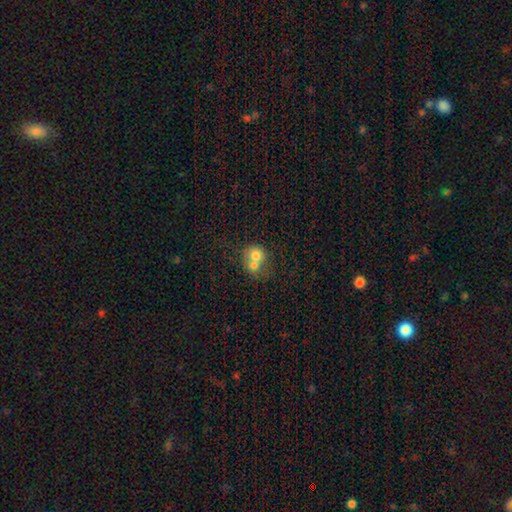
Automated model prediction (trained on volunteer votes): smooth_or_featured: smooth (p=0.70) [alt: featured or disk p=0.20]
how_rounded: round (p=0.75) [alt: in between p=0.25]
merging: merger (p=0.68) [alt: none p=0.23]